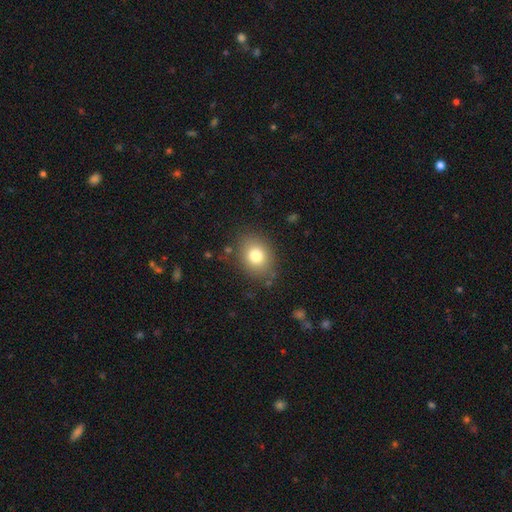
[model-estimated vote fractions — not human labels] smooth_or_featured: smooth (p=0.78) [alt: featured or disk p=0.11]
how_rounded: round (p=0.53) [alt: in between p=0.46]
merging: none (p=0.82) [alt: minor disturbance p=0.11]